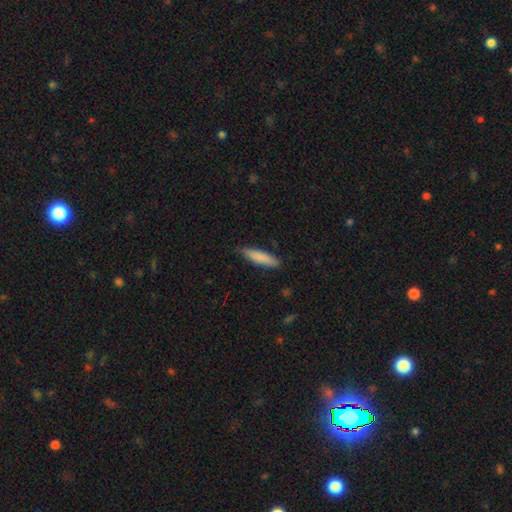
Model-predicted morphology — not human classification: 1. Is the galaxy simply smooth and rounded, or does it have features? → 83% smooth, 11% featured or disk, 6% star or artifact.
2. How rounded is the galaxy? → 82% cigar-shaped, 16% in between, 1% round.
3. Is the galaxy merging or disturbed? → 87% none, 10% minor disturbance, 2% major disturbance, 1% merger.